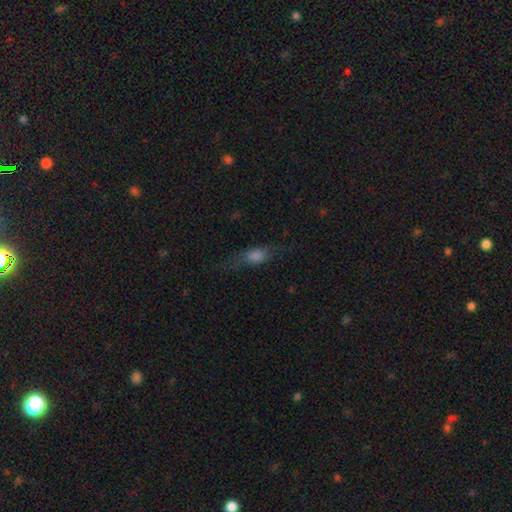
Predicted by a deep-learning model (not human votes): Morphology: type=smooth (56%); roundness=in between (52%); merging=none (63%).